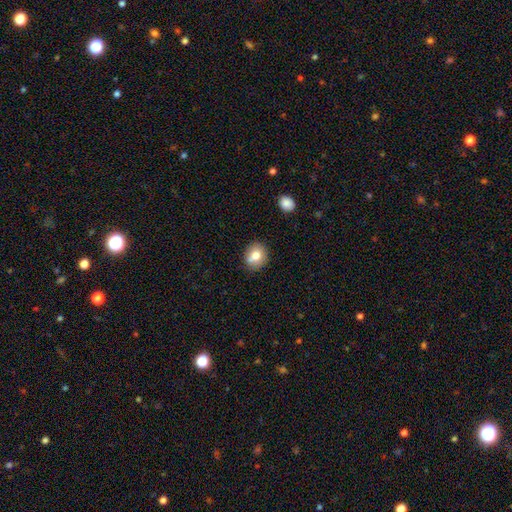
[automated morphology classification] This appears to be a smooth galaxy with no disk features (76%) that is round (71%). Merging: none (75%).